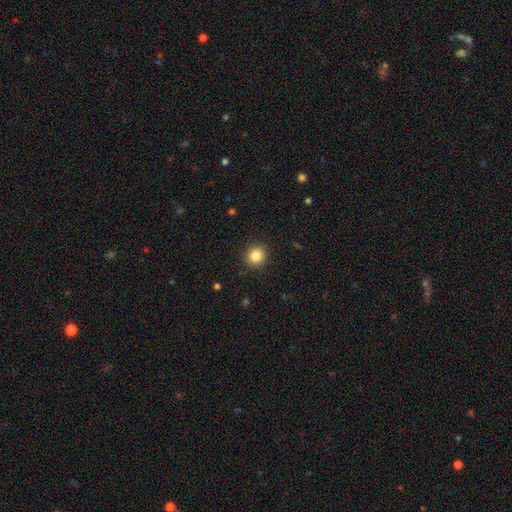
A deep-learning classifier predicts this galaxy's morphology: This appears to be a smooth galaxy with no disk features (84%) that is round (92%). Merging: none (92%).